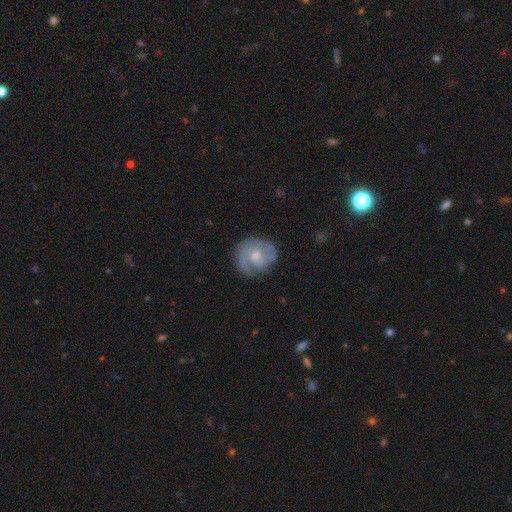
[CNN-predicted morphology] Smooth or featured?
  - featured or disk: 69% *
  - smooth: 25%
  - star or artifact: 6%
Edge-on disk?
  - no: 97% *
  - yes: 3%
Bar?
  - no: 71% *
  - weak: 25%
  - strong: 3%
Spiral arms?
  - yes: 87% *
  - no: 13%
Spiral winding?
  - tight: 52% *
  - medium: 36%
  - loose: 13%
Spiral arm count?
  - 2: 41% *
  - can't tell: 25%
  - 1: 15%
  - 3: 13%
  - 4: 3%
  - more than 4: 3%
Bulge size?
  - moderate: 58% *
  - small: 34%
  - large: 4%
  - none: 3%
  - dominant: 1%
Merging?
  - none: 70% *
  - minor disturbance: 20%
  - major disturbance: 8%
  - merger: 2%